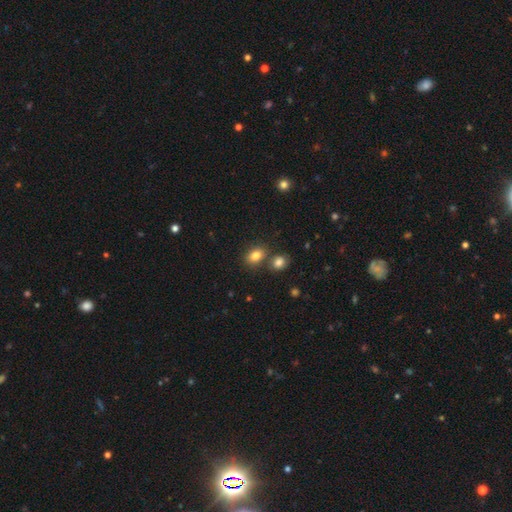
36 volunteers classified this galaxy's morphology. Smooth or featured?
  - smooth: 89% *
  - featured or disk: 8%
  - star or artifact: 3%
How rounded?
  - in between: 91% *
  - round: 9%
  - cigar-shaped: 0%
Merging?
  - none: 60% *
  - merger: 29%
  - minor disturbance: 11%
  - major disturbance: 0%